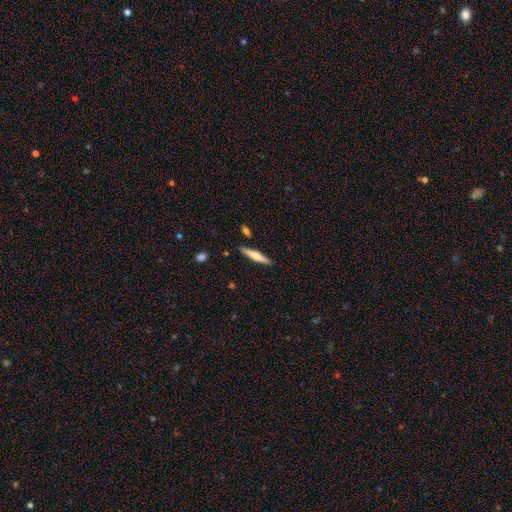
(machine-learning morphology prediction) smooth-or-featured: smooth: 48% | featured or disk: 47% | star or artifact: 6%
  merging: none: 88% | minor disturbance: 8% | merger: 2% | major disturbance: 2%